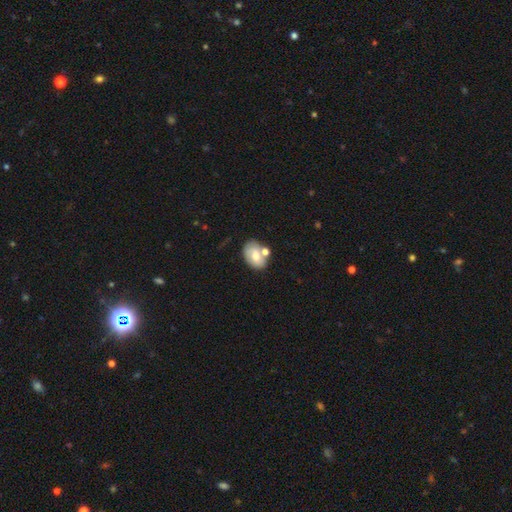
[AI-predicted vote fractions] Q: Smooth or featured?
A: smooth (67%); runner-up: featured or disk (26%)
Q: How rounded?
A: in between (80%); runner-up: round (19%)
Q: Merging?
A: none (50%); runner-up: merger (27%)